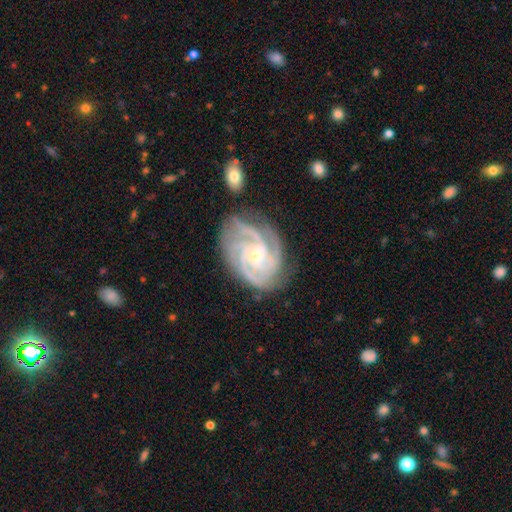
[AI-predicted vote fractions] smooth-or-featured: featured or disk: 91% | star or artifact: 5% | smooth: 4%
  disk-edge-on: no: 98% | yes: 2%
    bar: no: 69% | weak: 24% | strong: 7%
    has-spiral-arms: yes: 98% | no: 2%
      spiral-winding: tight: 70% | medium: 27% | loose: 3%
      spiral-arm-count: 3: 36% | 4: 35% | can't tell: 10% | 2: 9% | more than 4: 6% | 1: 5%
    bulge-size: small: 74% | moderate: 22% | none: 2% | large: 1% | dominant: 1%
  merging: none: 70% | minor disturbance: 20% | major disturbance: 7% | merger: 3%